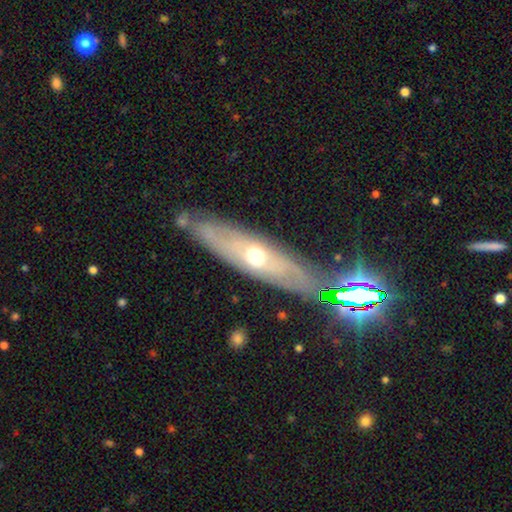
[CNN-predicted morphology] smooth-or-featured: featured or disk: 66% | smooth: 28% | star or artifact: 6%
  disk-edge-on: no: 54% | yes: 46%
  merging: none: 78% | minor disturbance: 14% | major disturbance: 5% | merger: 3%